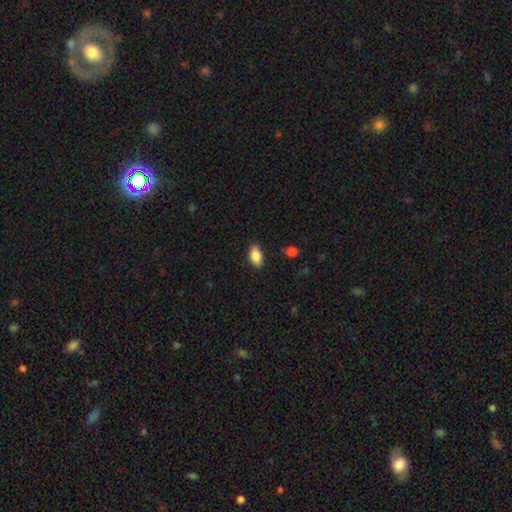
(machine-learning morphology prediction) Smooth or featured? Predicted: smooth (p=0.87). How rounded? Predicted: in between (p=0.91). Merging? Predicted: none (p=0.87).